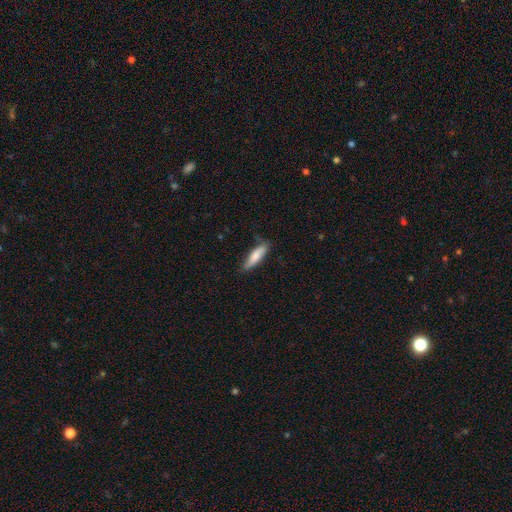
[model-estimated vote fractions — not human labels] Q: Smooth or featured?
A: smooth (75%); runner-up: featured or disk (19%)
Q: How rounded?
A: cigar-shaped (69%); runner-up: in between (29%)
Q: Merging?
A: none (76%); runner-up: minor disturbance (20%)